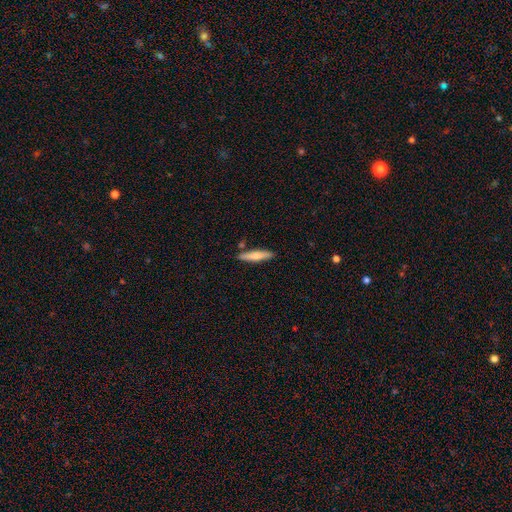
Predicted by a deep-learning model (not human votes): smooth-or-featured: smooth: 66% | featured or disk: 28% | star or artifact: 5%
  how-rounded: cigar-shaped: 85% | in between: 13% | round: 2%
  merging: none: 84% | minor disturbance: 10% | merger: 5% | major disturbance: 2%